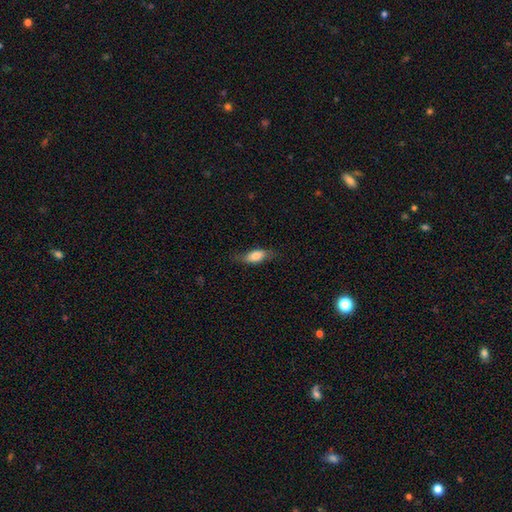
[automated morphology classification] Smooth or featured?
  - smooth: 73% *
  - featured or disk: 20%
  - star or artifact: 7%
How rounded?
  - in between: 79% *
  - cigar-shaped: 18%
  - round: 4%
Merging?
  - none: 69% *
  - minor disturbance: 22%
  - major disturbance: 7%
  - merger: 1%